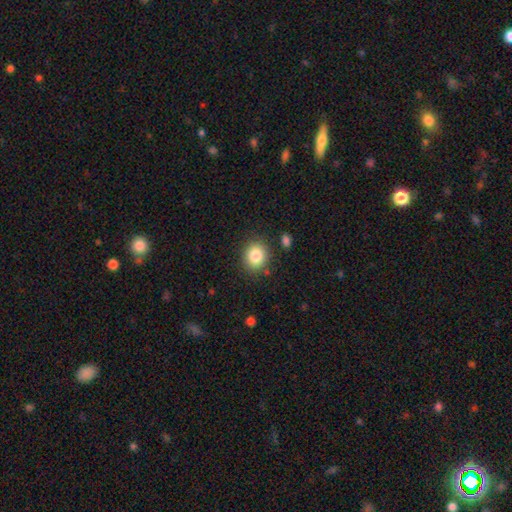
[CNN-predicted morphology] Smooth or featured: smooth — 84% (star or artifact — 9%)
How rounded: round — 68% (in between — 31%)
Merging: none — 84% (minor disturbance — 10%)